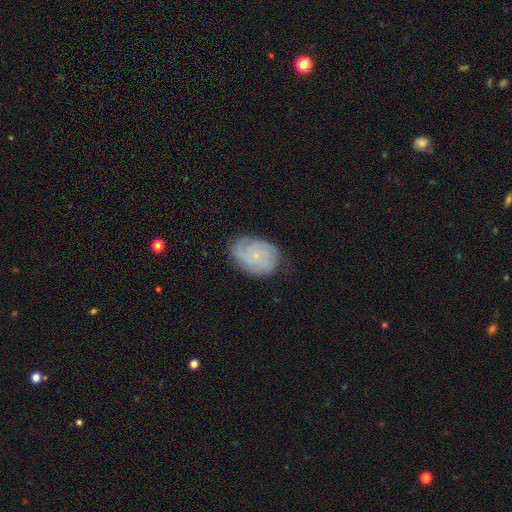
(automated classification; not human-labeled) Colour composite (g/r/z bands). It shows a featured or disk galaxy (66%) with no bar (81%), tight (64%) spiral arms (92%) and a small central bulge (83%). Merging: none (74%).